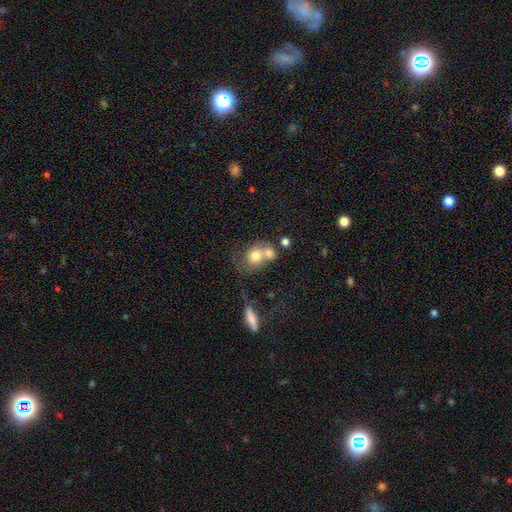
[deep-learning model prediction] Morphology: type=smooth (69%); roundness=round (66%); merging=merger (60%).